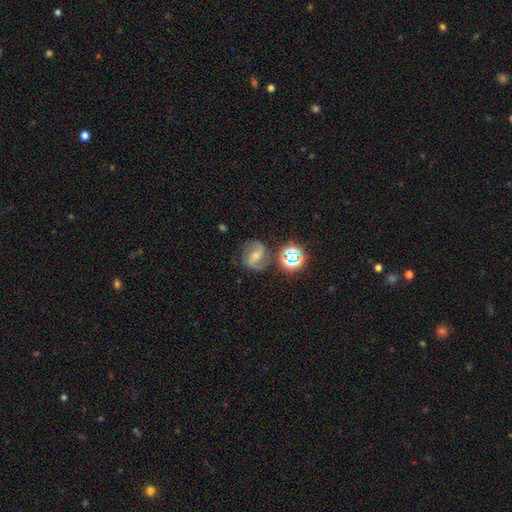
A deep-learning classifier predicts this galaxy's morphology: A featured or disk galaxy (74%) with a weak bar (40%), 2 (90%) medium (52%) spiral arms (94%) and a small central bulge (53%). Merging: none (78%).